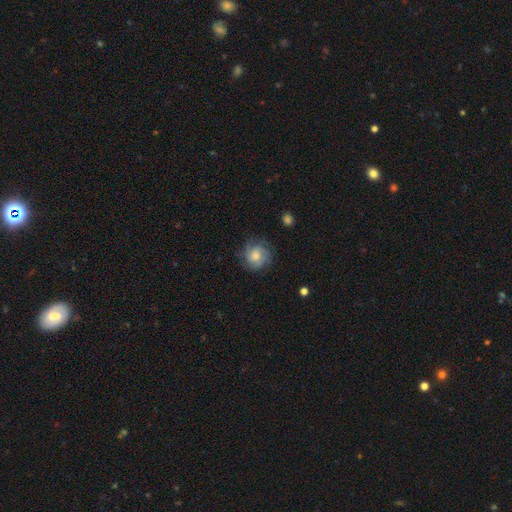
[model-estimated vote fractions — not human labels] Smooth or featured: smooth — 55% (featured or disk — 36%)
How rounded: round — 88% (in between — 11%)
Merging: none — 75% (minor disturbance — 17%)